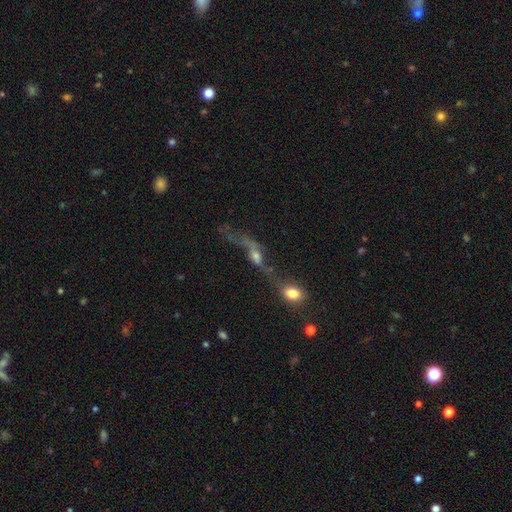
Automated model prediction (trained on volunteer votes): smooth_or_featured: featured or disk (p=0.53) [alt: smooth p=0.32]
disk_edge_on: no (p=0.74) [alt: yes p=0.26]
merging: merger (p=0.54) [alt: major disturbance p=0.22]